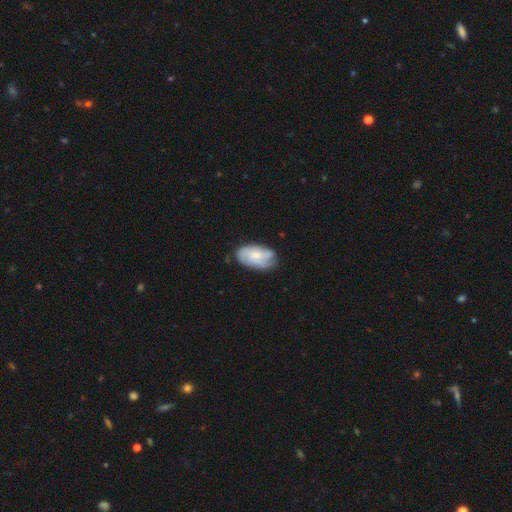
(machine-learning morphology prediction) Overall: smooth (47%; featured or disk 46%). Merging: none (61%; minor disturbance 28%).